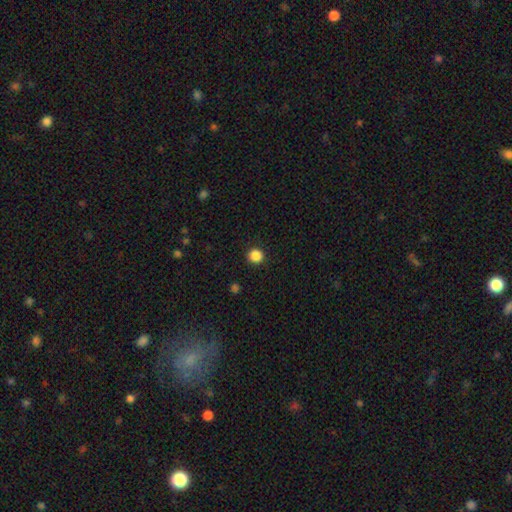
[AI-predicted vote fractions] Smooth or featured?
  - smooth: 86% *
  - star or artifact: 11%
  - featured or disk: 3%
How rounded?
  - round: 93% *
  - in between: 6%
  - cigar-shaped: 1%
Merging?
  - none: 92% *
  - minor disturbance: 5%
  - major disturbance: 2%
  - merger: 1%